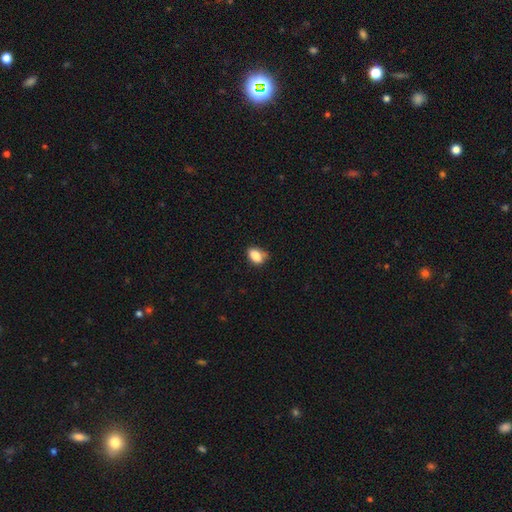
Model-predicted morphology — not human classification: smooth 83%, star or artifact 9%, featured or disk 8%. Down the decision tree: how rounded — in between (85%); merging — none (62%).